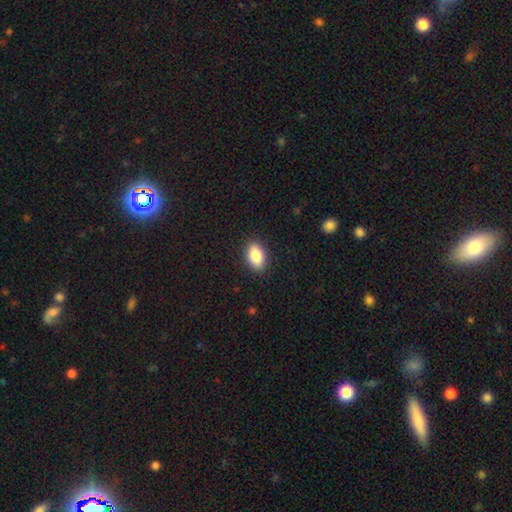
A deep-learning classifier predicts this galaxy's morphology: type=smooth (84%); roundness=in between (90%); merging=none (89%).